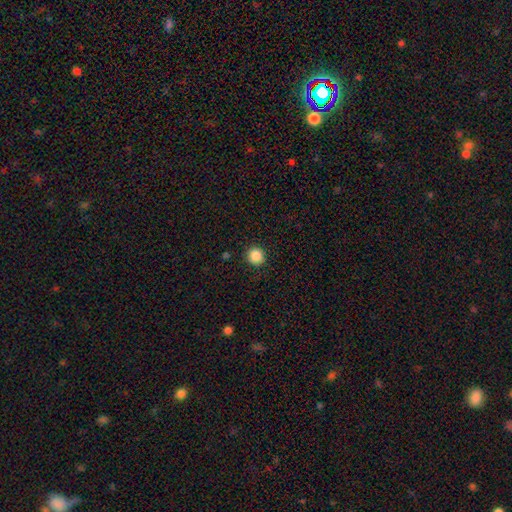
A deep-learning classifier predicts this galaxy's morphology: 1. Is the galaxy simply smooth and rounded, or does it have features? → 87% smooth, 10% star or artifact, 3% featured or disk.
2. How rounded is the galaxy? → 94% round, 5% in between, 1% cigar-shaped.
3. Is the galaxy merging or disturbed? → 91% none, 6% minor disturbance, 2% major disturbance, 1% merger.